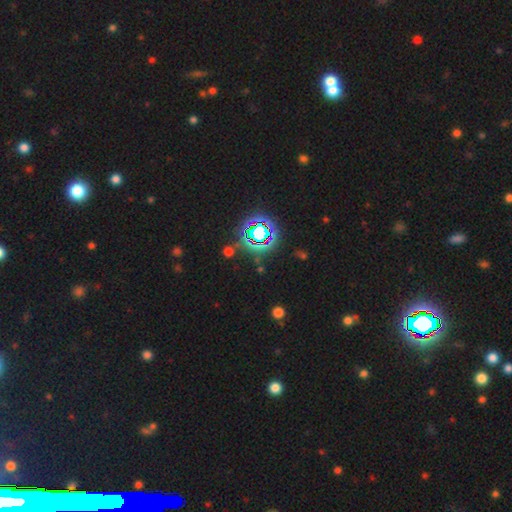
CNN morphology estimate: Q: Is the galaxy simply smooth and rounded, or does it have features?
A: star or artifact — 75%.